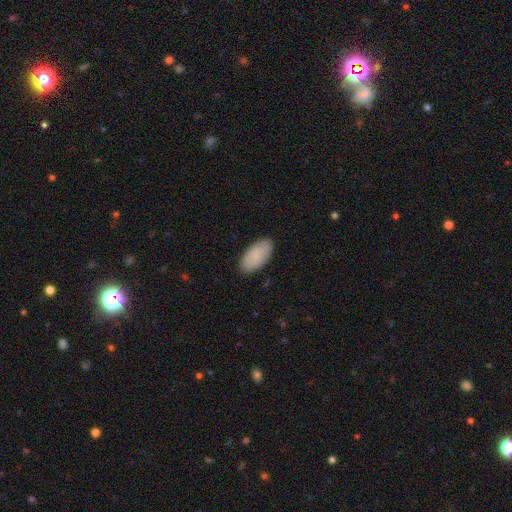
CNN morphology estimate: Smooth or featured: smooth — 89% (star or artifact — 6%)
How rounded: in between — 95% (cigar-shaped — 3%)
Merging: none — 88% (minor disturbance — 9%)